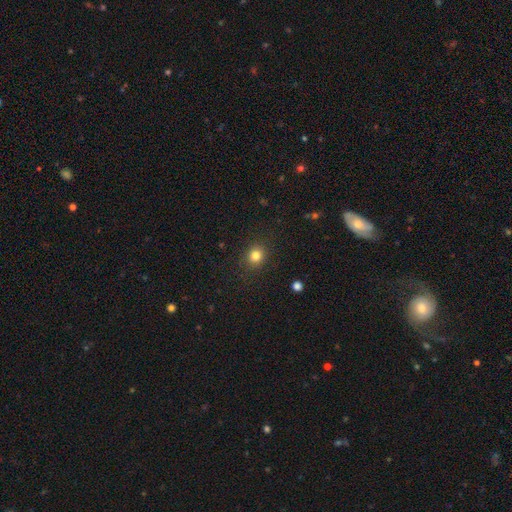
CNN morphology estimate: A smooth galaxy with no disk features (82%) that is round (78%).

Vote fractions:
- Smooth or featured? smooth: 82% / star or artifact: 12% / featured or disk: 6%
- How rounded? round: 78% / in between: 22% / cigar-shaped: 1%
- Merging? none: 88% / minor disturbance: 8% / major disturbance: 3% / merger: 1%